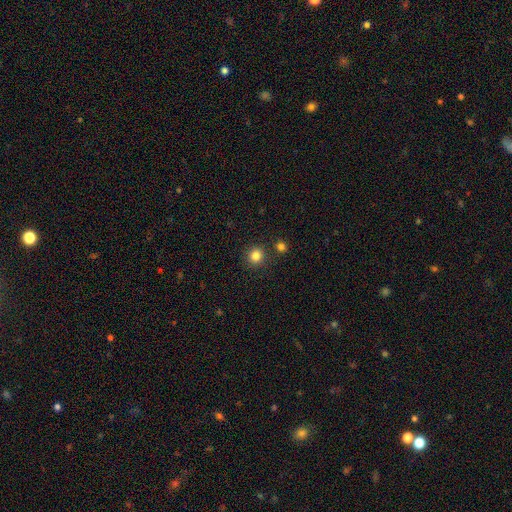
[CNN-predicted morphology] This is clearly a smooth galaxy (83%). How rounded: clearly round (92%). Merging: clearly none (86%).